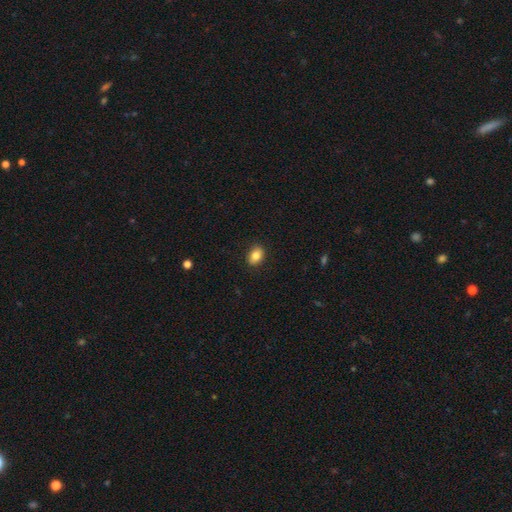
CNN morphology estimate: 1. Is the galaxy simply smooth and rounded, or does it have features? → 84% smooth, 9% star or artifact, 7% featured or disk.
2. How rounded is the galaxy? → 72% in between, 27% round, 1% cigar-shaped.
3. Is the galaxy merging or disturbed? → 87% none, 10% minor disturbance, 2% major disturbance, 1% merger.